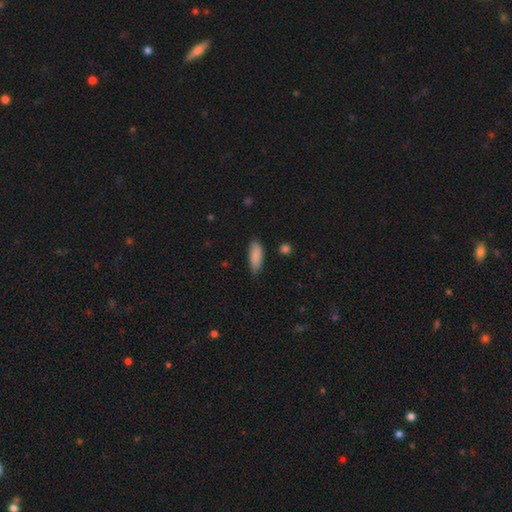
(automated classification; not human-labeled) A smooth galaxy with no disk features (87%) that is in between round and cigar-shaped (73%). Merging: none (73%).